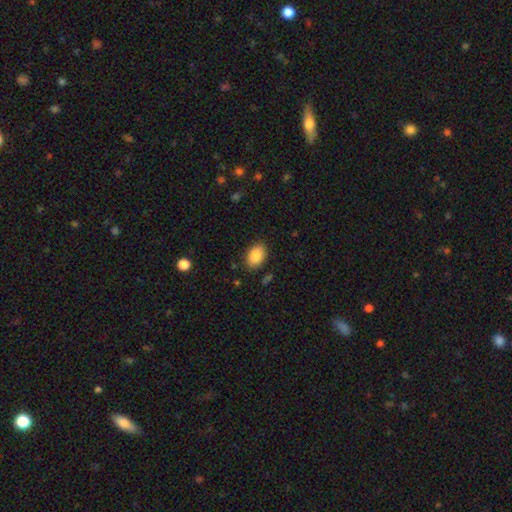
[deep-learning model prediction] Smooth or featured?
  - smooth: 87% *
  - star or artifact: 7%
  - featured or disk: 5%
How rounded?
  - in between: 86% *
  - round: 13%
  - cigar-shaped: 1%
Merging?
  - none: 85% *
  - minor disturbance: 11%
  - major disturbance: 3%
  - merger: 1%